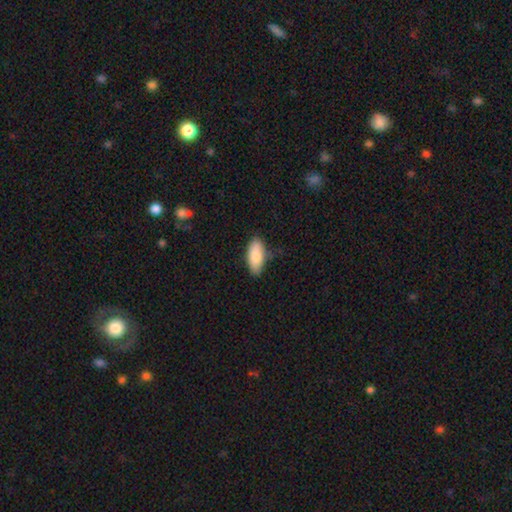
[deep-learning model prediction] Overall: smooth (87%). How rounded: in between (86%). Merging: none (77%).